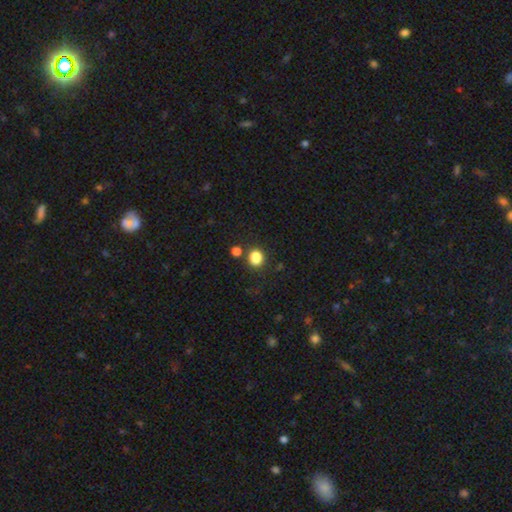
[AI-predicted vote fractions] Morphology: type=smooth (85%); roundness=round (69%); merging=none (77%).